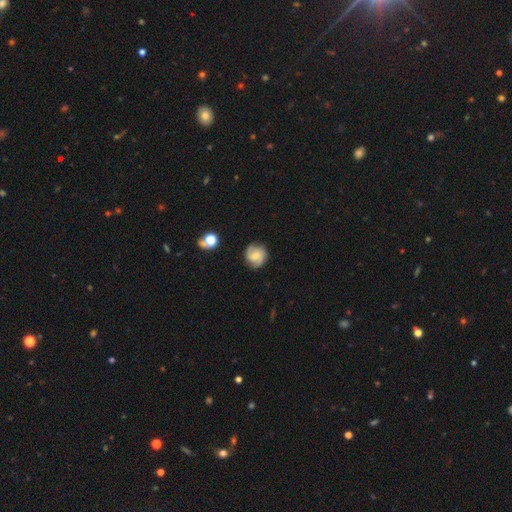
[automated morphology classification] This is likely a featured or disk galaxy (69%). It is clearly not viewed edge-on (98%). Bar: possibly no (52%). Spiral arm pattern: clearly yes (94%). Spiral arm count: likely 2 (76%). Spiral winding: possibly medium (46%). Central bulge: possibly small (52%). Merging: clearly none (83%).